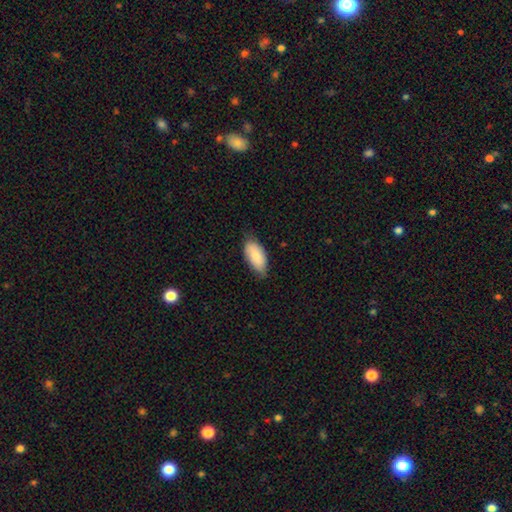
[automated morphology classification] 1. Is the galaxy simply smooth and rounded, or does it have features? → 82% smooth, 12% featured or disk, 6% star or artifact.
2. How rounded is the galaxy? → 93% in between, 5% cigar-shaped, 2% round.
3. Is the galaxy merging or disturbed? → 66% none, 29% minor disturbance, 4% major disturbance, 1% merger.